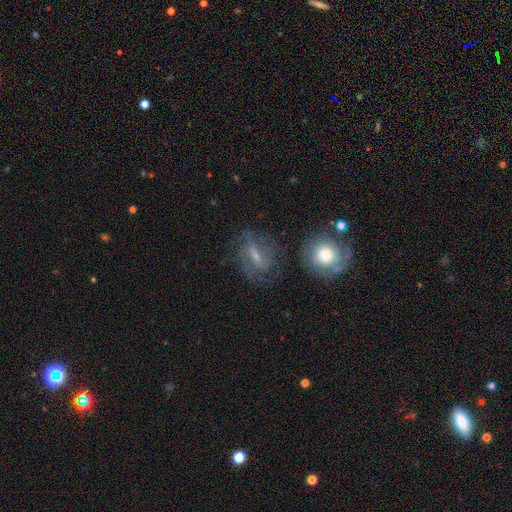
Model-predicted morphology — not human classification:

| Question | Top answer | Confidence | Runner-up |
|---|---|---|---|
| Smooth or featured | featured or disk | 69% | smooth (21%) |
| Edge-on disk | no | 94% | yes (6%) |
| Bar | weak | 48% | strong (30%) |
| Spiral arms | yes | 85% | no (15%) |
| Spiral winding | medium | 44% | tight (34%) |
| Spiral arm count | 2 | 42% | can't tell (31%) |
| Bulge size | small | 45% | moderate (36%) |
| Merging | none | 63% | minor disturbance (18%) |